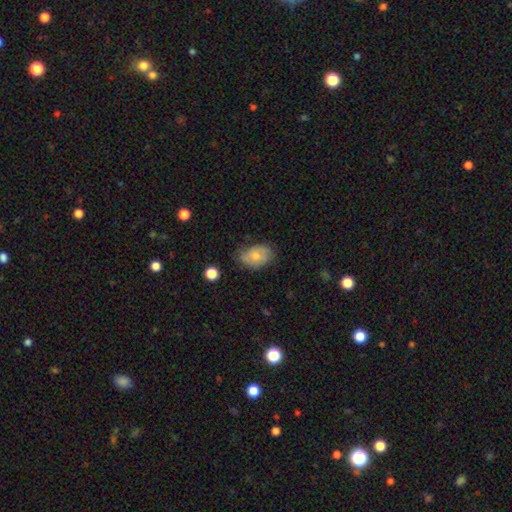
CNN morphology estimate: A smooth galaxy with no disk features (69%) that is in between round and cigar-shaped (83%). Merging: none (61%).